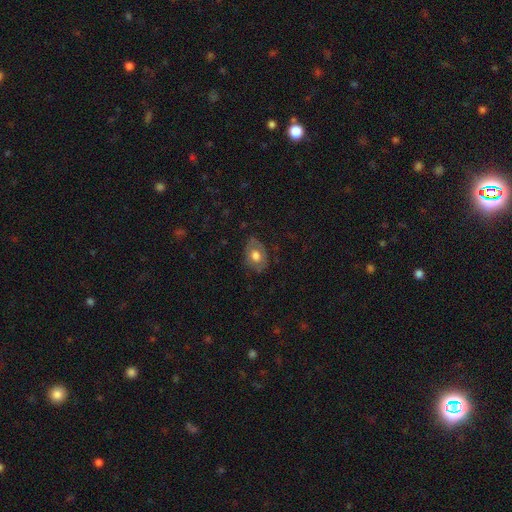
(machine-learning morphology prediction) A smooth galaxy with no disk features (57%) that is in between round and cigar-shaped (74%). Merging: none (72%).